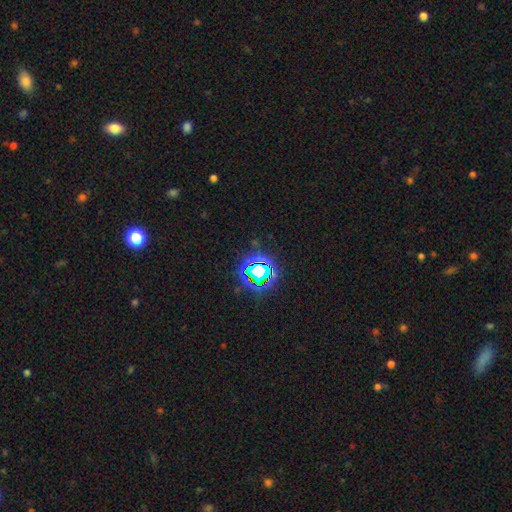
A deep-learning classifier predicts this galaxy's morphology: This is likely a star or artifact rather than a galaxy (79%).